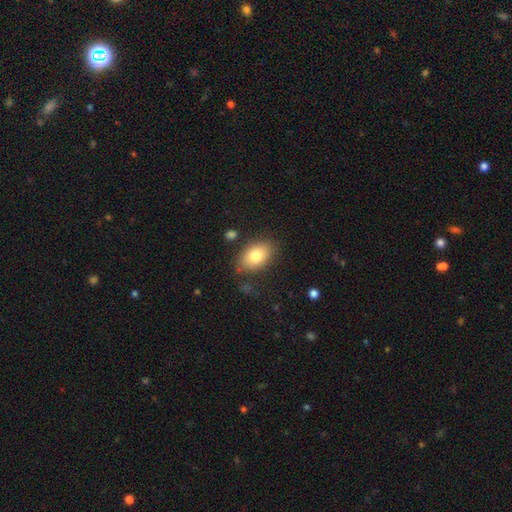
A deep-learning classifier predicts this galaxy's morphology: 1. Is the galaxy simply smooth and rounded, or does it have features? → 80% smooth, 12% featured or disk, 8% star or artifact.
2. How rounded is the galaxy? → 87% in between, 12% round, 1% cigar-shaped.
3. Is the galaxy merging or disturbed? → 80% none, 13% minor disturbance, 4% major disturbance, 3% merger.